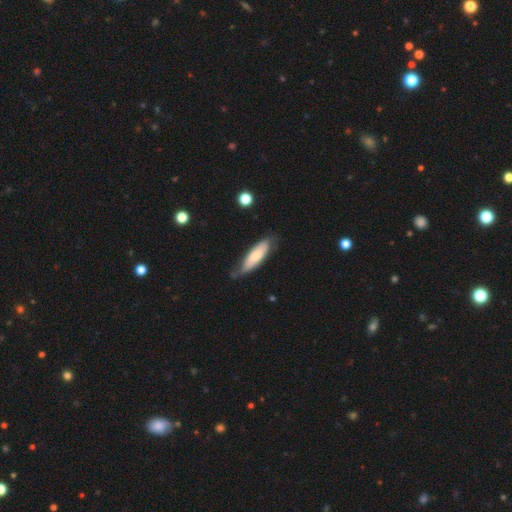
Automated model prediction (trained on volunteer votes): This is likely a smooth galaxy (66%). How rounded: possibly in between (50%). Merging: possibly none (59%).